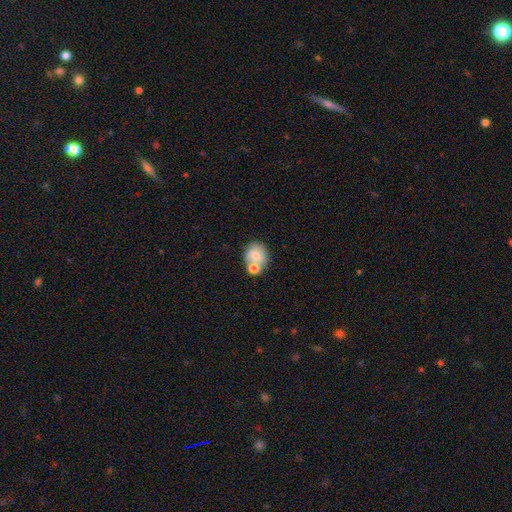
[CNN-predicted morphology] A smooth galaxy with no disk features (73%) that is round (72%). Merging: none (46%).